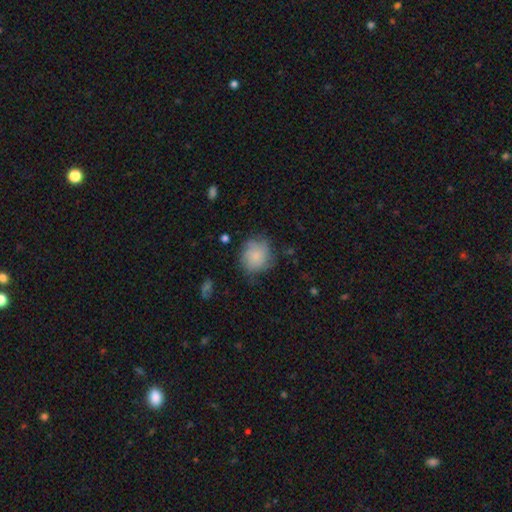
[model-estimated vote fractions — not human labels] Smooth or featured? smooth (72%)
How rounded? round (75%)
Merging? none (64%)